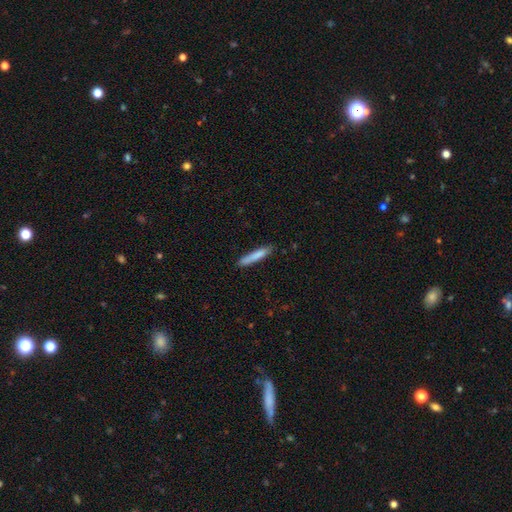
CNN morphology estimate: A smooth galaxy with no disk features (82%) that is cigar-shaped (92%). Merging: none (82%).